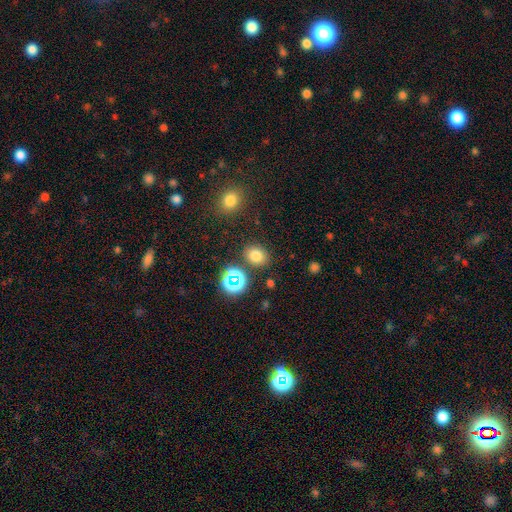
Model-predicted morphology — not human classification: Q: Smooth or featured?
A: smooth (75%); runner-up: star or artifact (18%)
Q: How rounded?
A: round (50%); runner-up: in between (49%)
Q: Merging?
A: none (82%); runner-up: minor disturbance (9%)